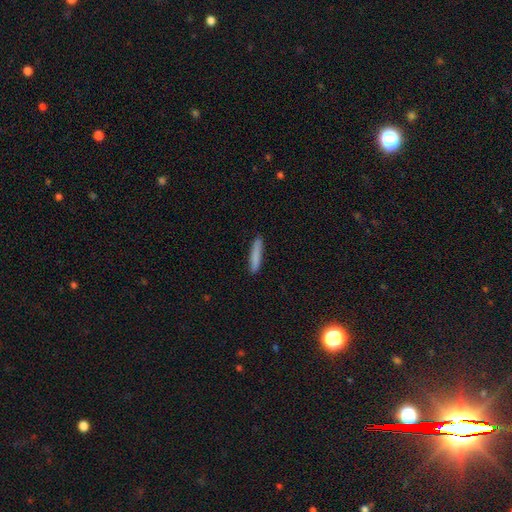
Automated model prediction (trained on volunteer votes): smooth_or_featured: smooth (p=0.83) [alt: featured or disk p=0.10]
how_rounded: cigar-shaped (p=0.92) [alt: in between p=0.06]
merging: none (p=0.89) [alt: minor disturbance p=0.08]